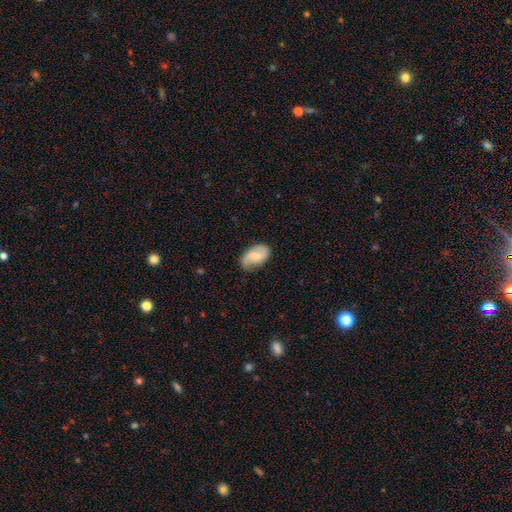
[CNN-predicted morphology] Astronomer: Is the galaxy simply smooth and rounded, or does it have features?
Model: featured or disk — 49% (runner-up: smooth, 44%).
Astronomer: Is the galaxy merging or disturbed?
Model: none — 75%.